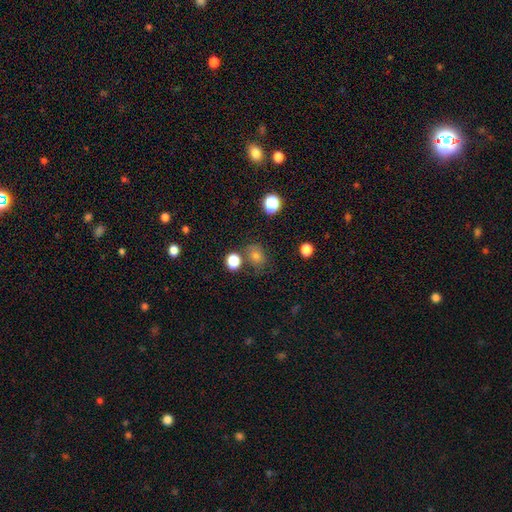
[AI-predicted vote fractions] Smooth or featured?
  - smooth: 69% *
  - star or artifact: 22%
  - featured or disk: 9%
How rounded?
  - round: 62% *
  - in between: 37%
  - cigar-shaped: 1%
Merging?
  - none: 74% *
  - minor disturbance: 13%
  - merger: 8%
  - major disturbance: 5%